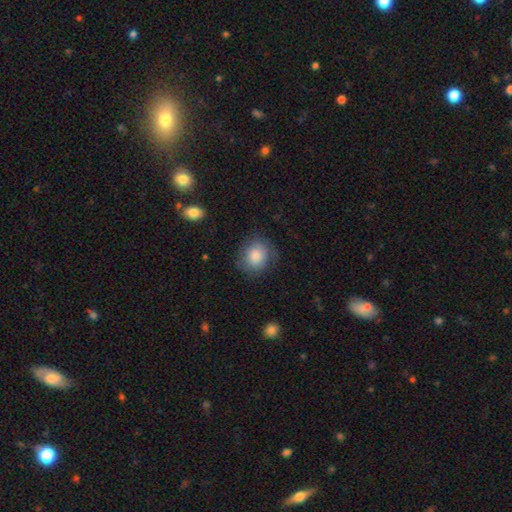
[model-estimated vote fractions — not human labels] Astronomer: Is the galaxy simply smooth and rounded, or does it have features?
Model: smooth — 79%.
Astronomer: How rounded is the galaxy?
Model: round — 79%.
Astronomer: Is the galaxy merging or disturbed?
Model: none — 73%.